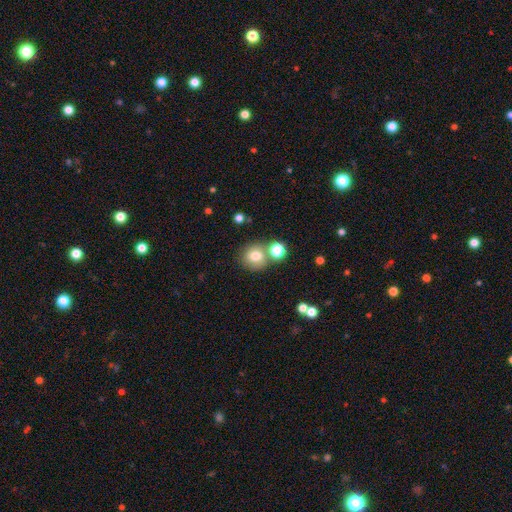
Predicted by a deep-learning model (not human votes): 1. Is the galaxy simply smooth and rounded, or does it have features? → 77% smooth, 12% star or artifact, 11% featured or disk.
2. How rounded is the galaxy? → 85% round, 14% in between, 1% cigar-shaped.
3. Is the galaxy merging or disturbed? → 64% none, 22% merger, 10% minor disturbance, 4% major disturbance.